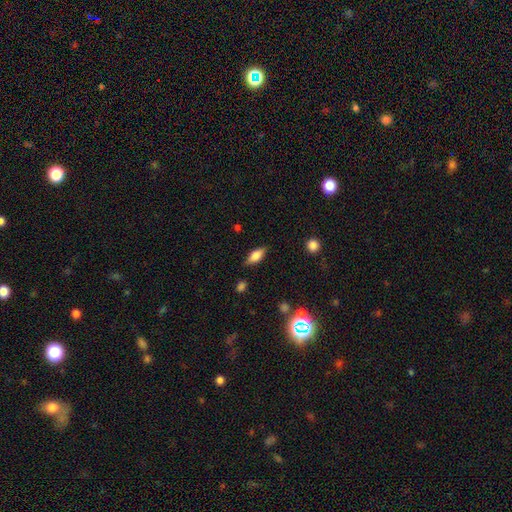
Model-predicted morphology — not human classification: Smooth or featured? Predicted: smooth (p=0.70). How rounded? Predicted: in between (p=0.78). Merging? Predicted: none (p=0.82).